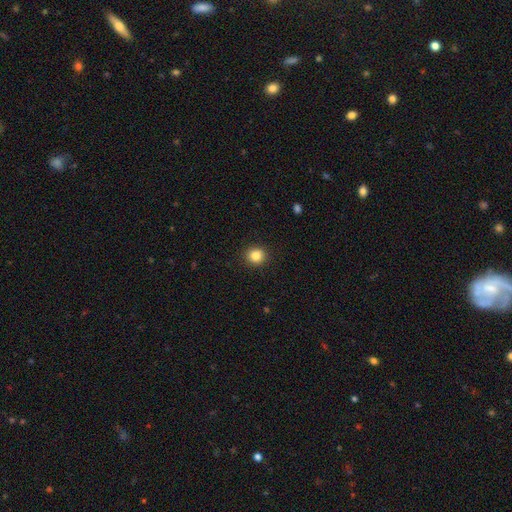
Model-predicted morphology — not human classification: This appears to be a smooth galaxy with no disk features (84%) that is round (87%). Merging: none (91%).